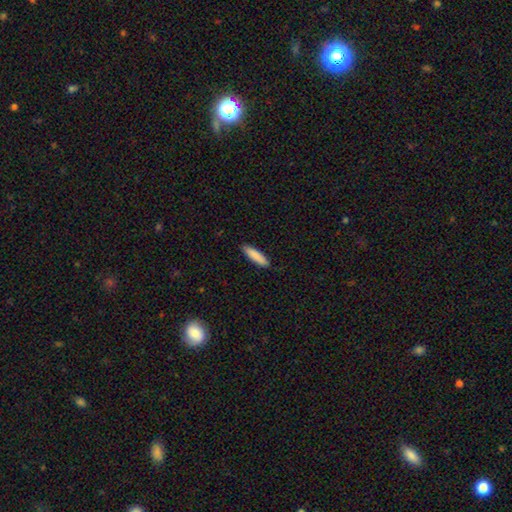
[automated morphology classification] Overall: smooth (87%). How rounded: cigar-shaped (72%). Merging: none (87%).